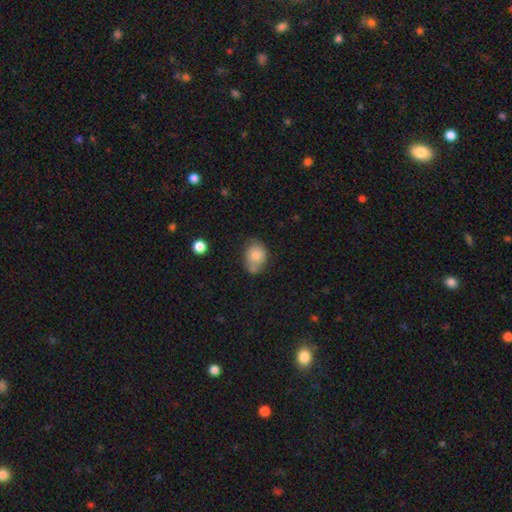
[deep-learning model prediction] Smooth or featured? smooth (77%)
How rounded? in between (55%)
Merging? none (53%)